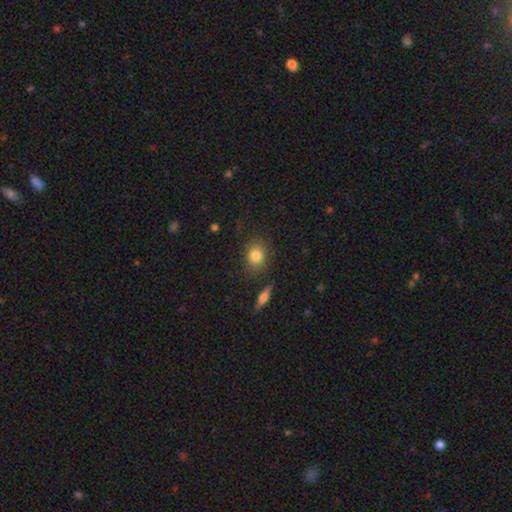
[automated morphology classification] type=smooth (81%); roundness=round (54%); merging=none (82%).